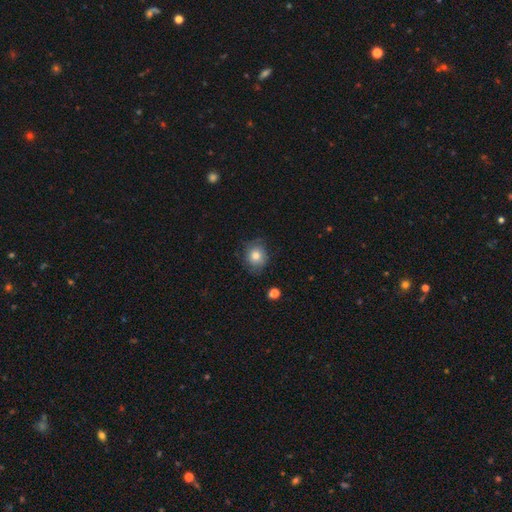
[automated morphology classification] Overall: smooth (76%). How rounded: round (74%). Merging: none (75%).